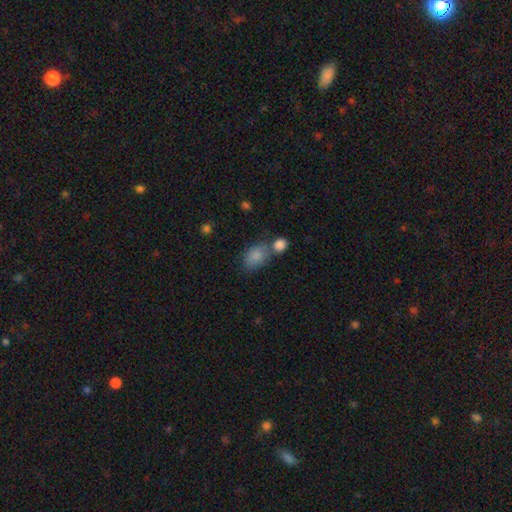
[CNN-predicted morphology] A smooth galaxy with no disk features (85%) that is in between round and cigar-shaped (80%). Merging: none (48%).